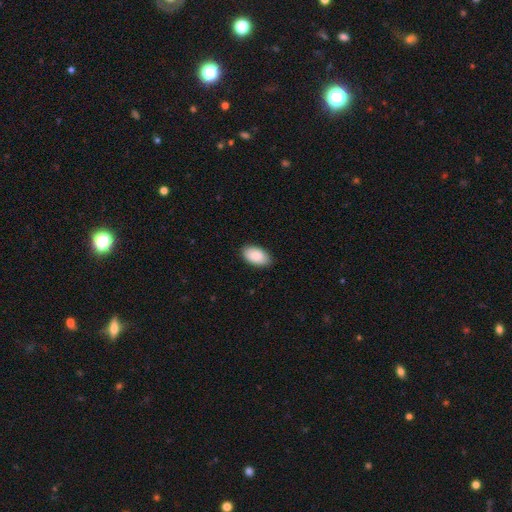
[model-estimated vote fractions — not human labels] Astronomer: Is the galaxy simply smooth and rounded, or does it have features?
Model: smooth — 91%.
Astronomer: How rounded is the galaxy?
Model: in between — 95%.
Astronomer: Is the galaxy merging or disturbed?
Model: none — 87%.